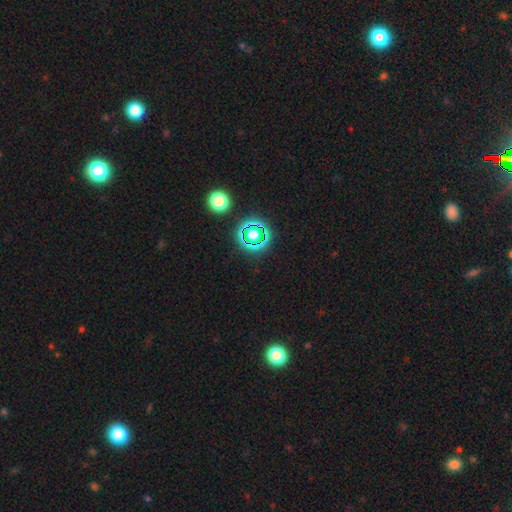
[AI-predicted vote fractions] This is likely a star or artifact rather than a galaxy (72%).